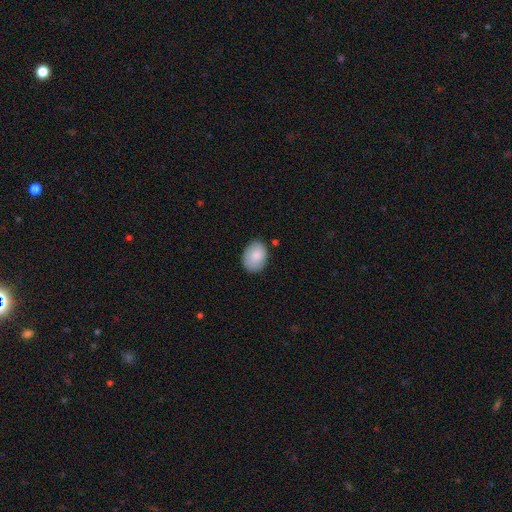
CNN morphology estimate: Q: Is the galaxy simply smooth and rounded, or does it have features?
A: smooth — 83%.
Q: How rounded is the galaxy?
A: in between — 74%.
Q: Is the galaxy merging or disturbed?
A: none — 80%.